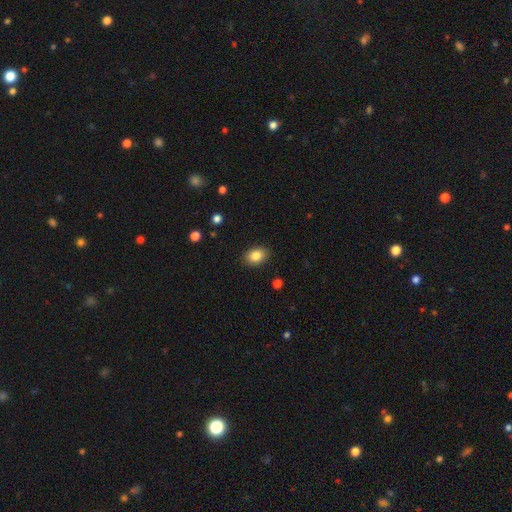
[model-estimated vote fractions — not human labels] The model was most divided on "how rounded": in between: 77%, round: 22%, cigar-shaped: 1%. More confident: merging — none (88%); smooth or featured — smooth (85%).